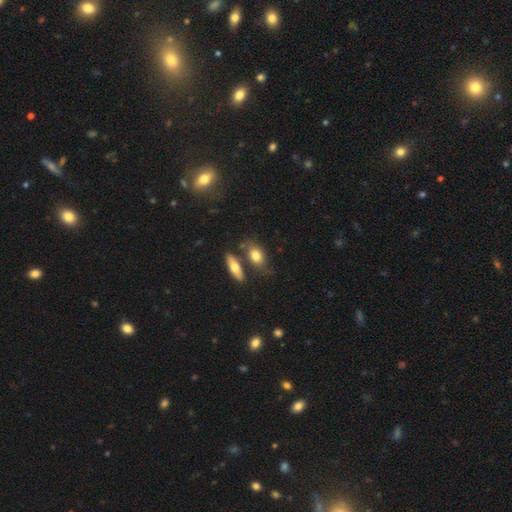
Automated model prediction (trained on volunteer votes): A smooth galaxy with no disk features (75%) that is in between round and cigar-shaped (81%).

Vote fractions:
- Smooth or featured? smooth: 75% / featured or disk: 18% / star or artifact: 7%
- How rounded? in between: 81% / round: 10% / cigar-shaped: 9%
- Merging? none: 57% / merger: 22% / minor disturbance: 16% / major disturbance: 5%